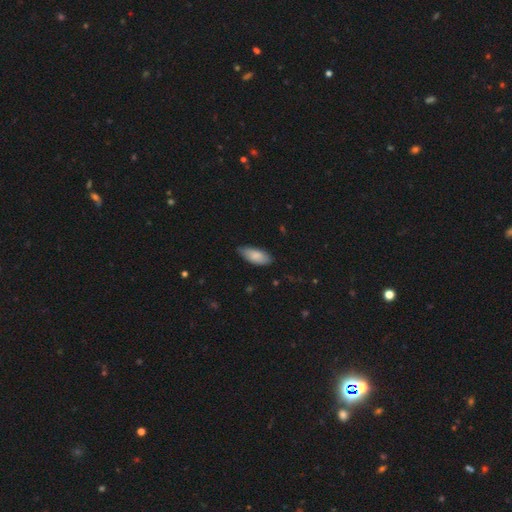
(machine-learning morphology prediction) This is clearly a smooth galaxy (84%). How rounded: clearly in between (86%). Merging: likely none (77%).